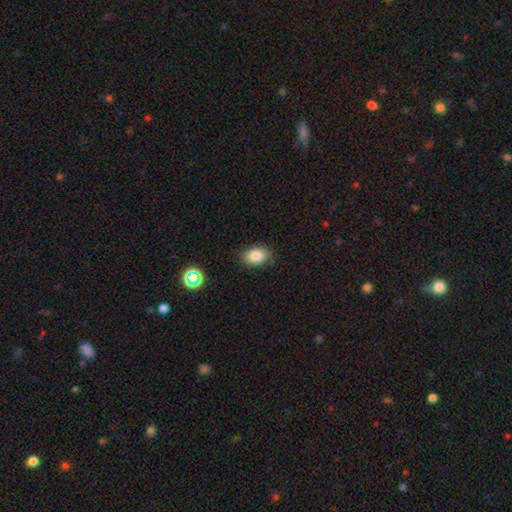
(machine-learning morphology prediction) The model was most divided on "how rounded": in between: 76%, round: 23%, cigar-shaped: 1%. More confident: merging — none (84%); smooth or featured — smooth (83%).